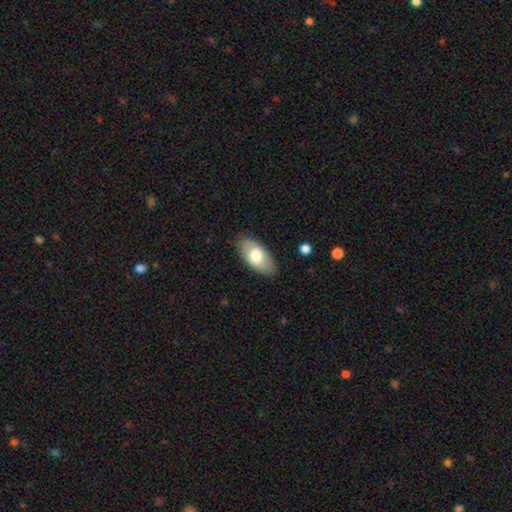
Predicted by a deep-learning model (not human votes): A smooth galaxy with no disk features (73%) that is in between round and cigar-shaped (93%).

Vote fractions:
- Smooth or featured? smooth: 73% / featured or disk: 22% / star or artifact: 6%
- How rounded? in between: 93% / cigar-shaped: 4% / round: 3%
- Merging? none: 86% / minor disturbance: 11% / major disturbance: 3% / merger: 1%